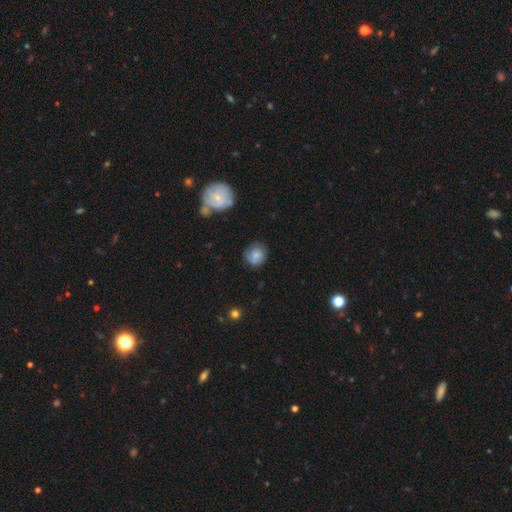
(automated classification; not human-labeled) Smooth or featured? Predicted: smooth (p=0.58). How rounded? Predicted: round (p=0.83). Merging? Predicted: none (p=0.66).